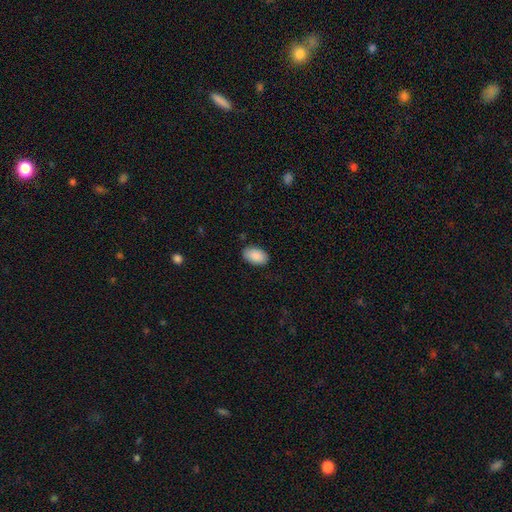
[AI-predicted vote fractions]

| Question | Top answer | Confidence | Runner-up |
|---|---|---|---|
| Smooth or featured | smooth | 90% | star or artifact (6%) |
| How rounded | in between | 94% | round (5%) |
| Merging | none | 86% | minor disturbance (11%) |